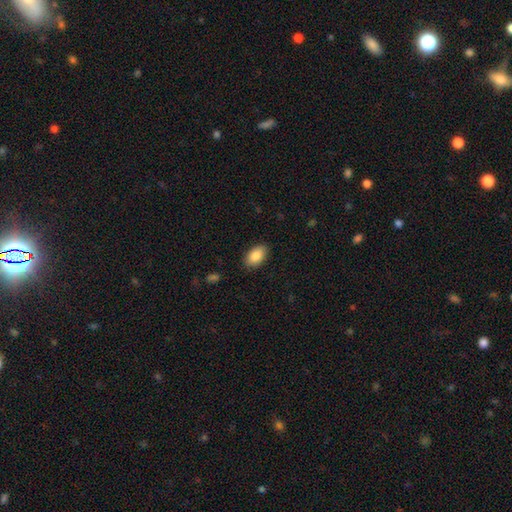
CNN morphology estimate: Smooth or featured?
  - smooth: 87% *
  - star or artifact: 7%
  - featured or disk: 7%
How rounded?
  - in between: 94% *
  - round: 5%
  - cigar-shaped: 2%
Merging?
  - none: 87% *
  - minor disturbance: 10%
  - major disturbance: 2%
  - merger: 1%